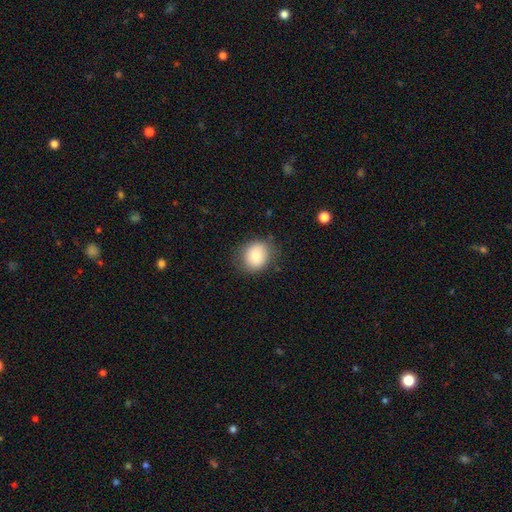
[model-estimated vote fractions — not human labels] Morphology: type=smooth (80%); roundness=round (69%); merging=none (81%).